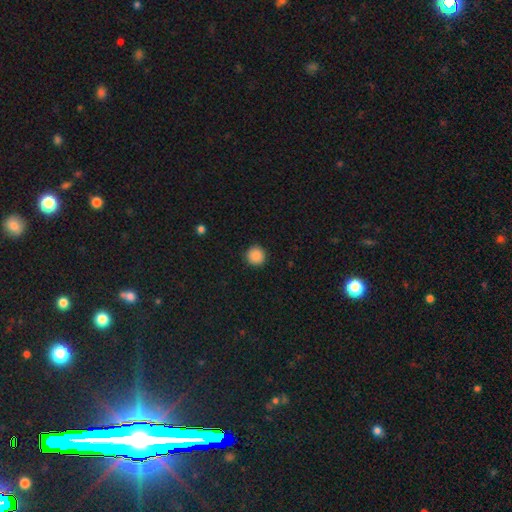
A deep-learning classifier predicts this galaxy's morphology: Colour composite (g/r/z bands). It shows a smooth galaxy with no disk features (88%) that is round (95%). Merging: none (92%).